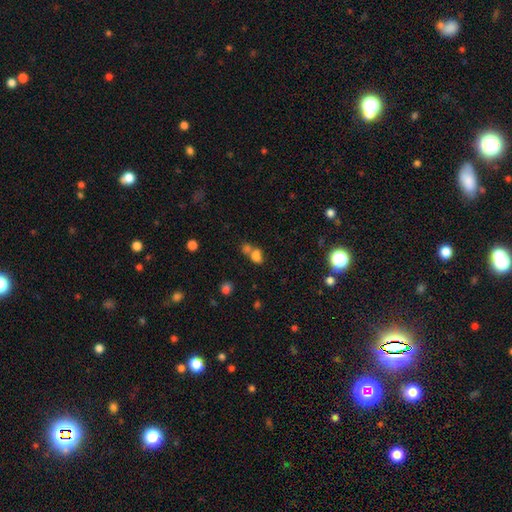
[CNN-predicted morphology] type=smooth (73%); roundness=in between (68%); merging=merger (58%).